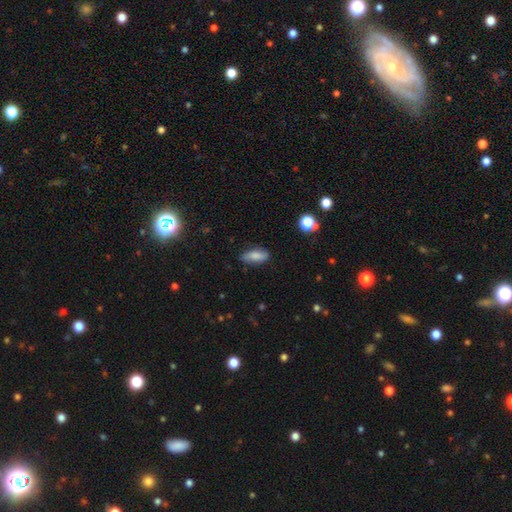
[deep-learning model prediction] This appears to be a smooth galaxy with no disk features (72%) that is in between round and cigar-shaped (73%). Merging: none (77%).